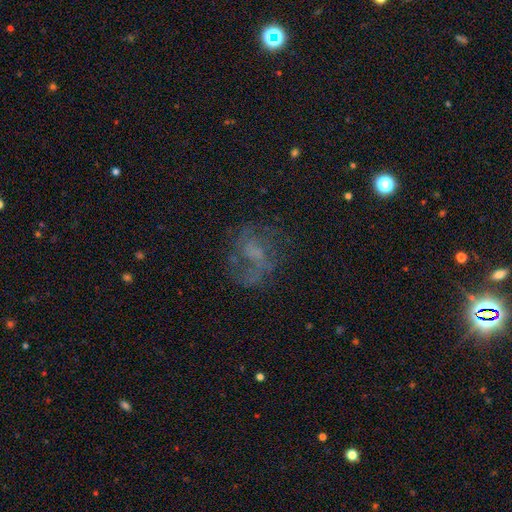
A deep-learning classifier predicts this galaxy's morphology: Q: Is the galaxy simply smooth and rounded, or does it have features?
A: featured or disk — 58%.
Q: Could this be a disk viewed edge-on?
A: no — 97%.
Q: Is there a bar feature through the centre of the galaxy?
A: no — 61%.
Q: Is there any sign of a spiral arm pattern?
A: yes — 69%.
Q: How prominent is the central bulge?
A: none — 46%.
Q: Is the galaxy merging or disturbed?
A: none — 57%.